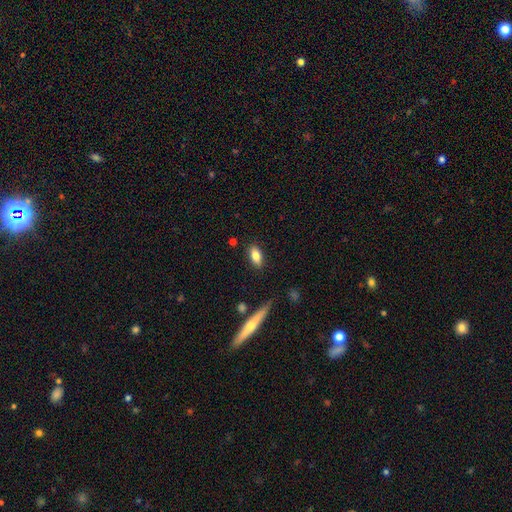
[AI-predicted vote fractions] Q: Smooth or featured?
A: smooth (80%); runner-up: featured or disk (13%)
Q: How rounded?
A: in between (85%); runner-up: cigar-shaped (11%)
Q: Merging?
A: none (84%); runner-up: minor disturbance (11%)